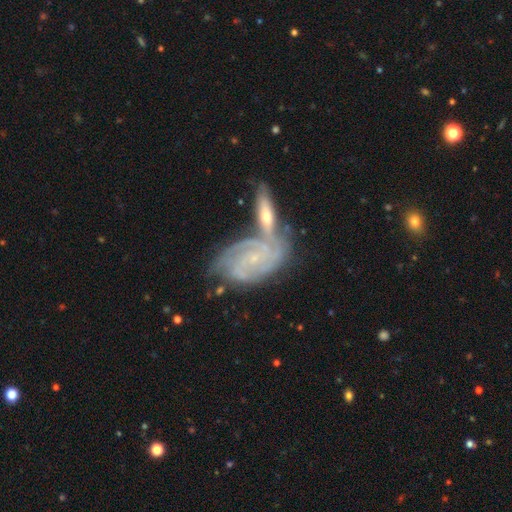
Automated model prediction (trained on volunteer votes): Smooth or featured? featured or disk (85%)
Edge-on disk? no (94%)
Bar? no (55%)
Spiral arms? yes (96%)
Spiral winding? tight (66%)
Spiral arm count? can't tell (31%)
Bulge size? small (79%)
Merging? merger (42%)